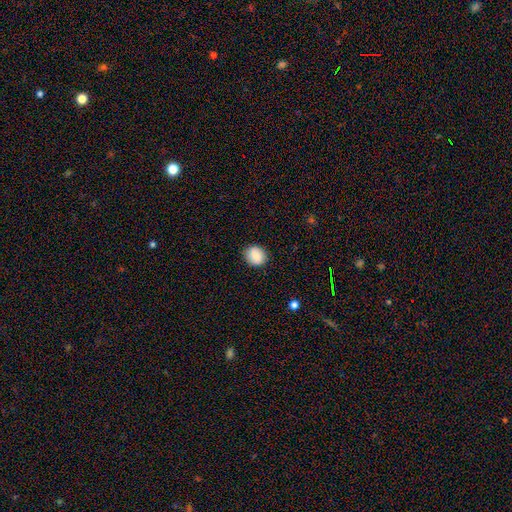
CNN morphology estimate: A smooth galaxy with no disk features (85%) that is round (75%).

Vote fractions:
- Smooth or featured? smooth: 85% / star or artifact: 8% / featured or disk: 7%
- How rounded? round: 75% / in between: 24% / cigar-shaped: 1%
- Merging? none: 86% / minor disturbance: 10% / major disturbance: 3% / merger: 1%